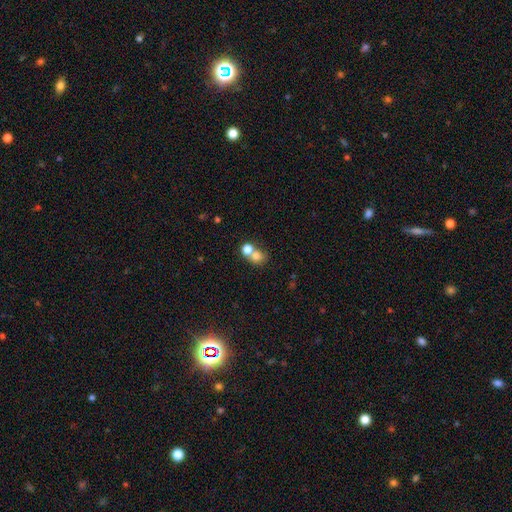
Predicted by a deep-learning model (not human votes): The model was most divided on "merging": merger: 51%, none: 38%, minor disturbance: 7%, major disturbance: 4%. More confident: smooth or featured — smooth (74%); how rounded — round (74%).